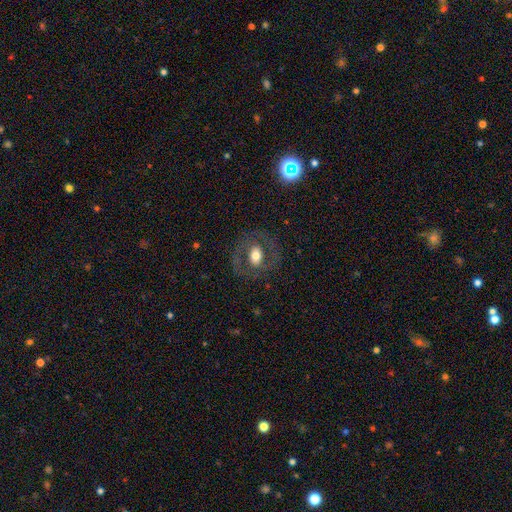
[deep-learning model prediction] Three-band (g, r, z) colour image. It shows a featured or disk galaxy (47%). Merging: none (78%).